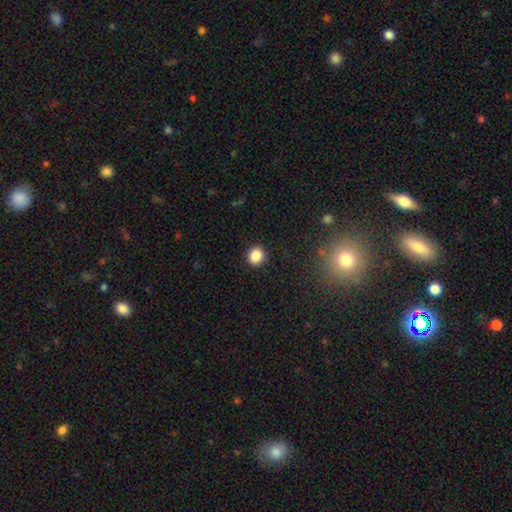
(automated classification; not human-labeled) A smooth galaxy with no disk features (87%) that is round (87%).

Vote fractions:
- Smooth or featured? smooth: 87% / star or artifact: 10% / featured or disk: 3%
- How rounded? round: 87% / in between: 12% / cigar-shaped: 1%
- Merging? none: 91% / minor disturbance: 6% / major disturbance: 2% / merger: 1%